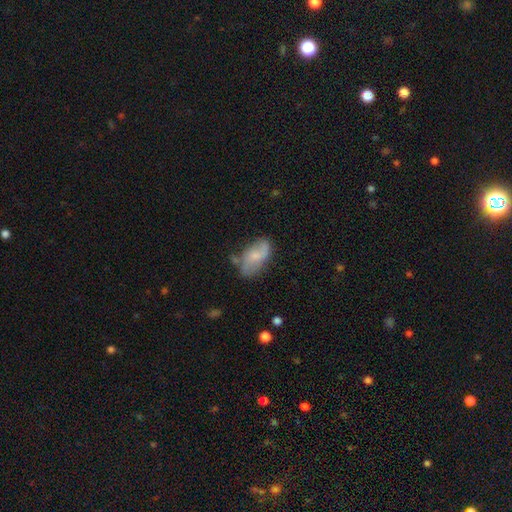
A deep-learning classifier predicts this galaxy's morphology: The model was most divided on "smooth or featured": smooth: 51%, featured or disk: 42%, star or artifact: 7%. More confident: how rounded — in between (92%); merging — none (56%).